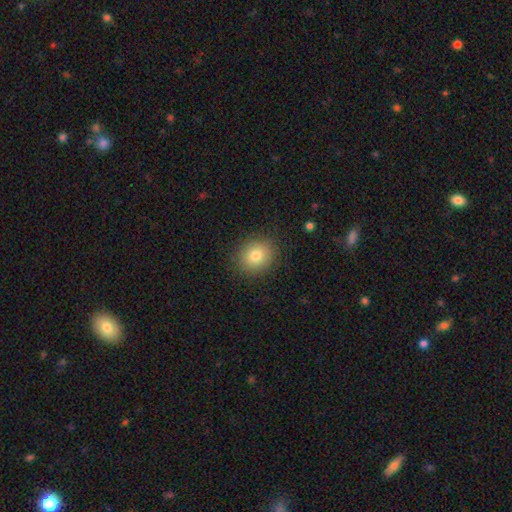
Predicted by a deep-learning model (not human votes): Smooth or featured?
  - smooth: 80% *
  - star or artifact: 11%
  - featured or disk: 9%
How rounded?
  - round: 75% *
  - in between: 25%
  - cigar-shaped: 1%
Merging?
  - none: 88% *
  - minor disturbance: 9%
  - major disturbance: 3%
  - merger: 1%